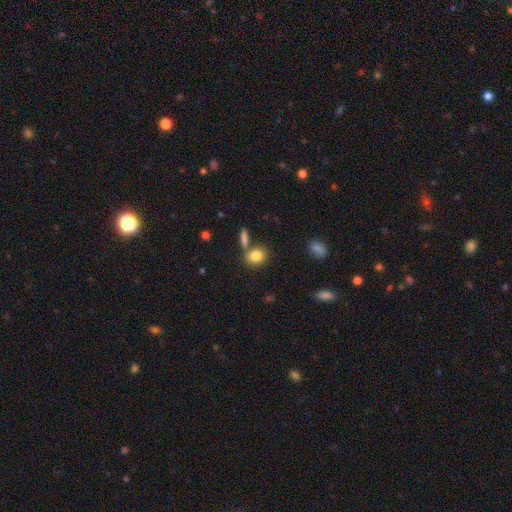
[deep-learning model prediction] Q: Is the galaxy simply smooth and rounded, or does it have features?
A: smooth — 84%.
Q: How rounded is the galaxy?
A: in between — 50%.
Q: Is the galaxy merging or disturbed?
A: none — 64%.